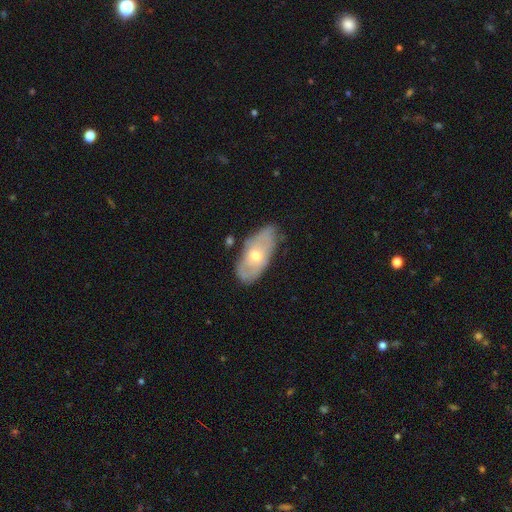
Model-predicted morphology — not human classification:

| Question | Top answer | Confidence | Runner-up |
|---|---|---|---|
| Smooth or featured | featured or disk | 52% | smooth (41%) |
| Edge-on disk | no | 85% | yes (15%) |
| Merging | none | 68% | minor disturbance (24%) |